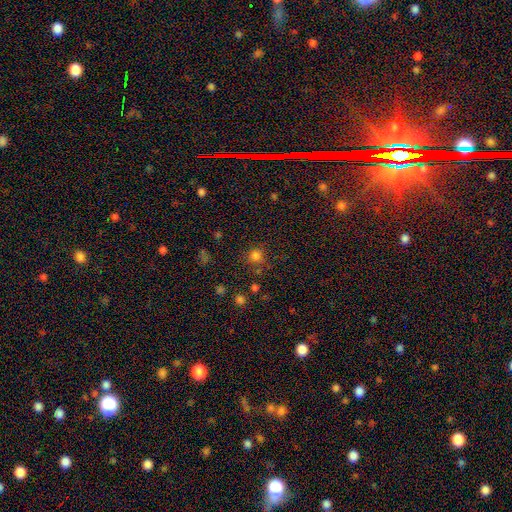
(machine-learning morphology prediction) The model was most divided on "smooth or featured": smooth: 78%, star or artifact: 17%, featured or disk: 5%. More confident: how rounded — round (89%); merging — none (75%).